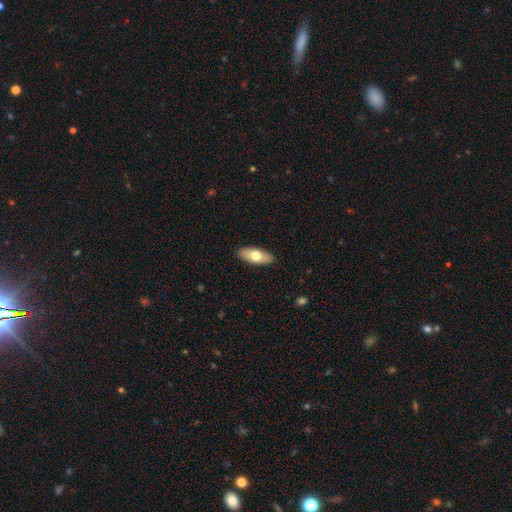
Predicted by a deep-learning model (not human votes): This appears to be a smooth galaxy with no disk features (70%) that is in between round and cigar-shaped (80%). Merging: none (90%).